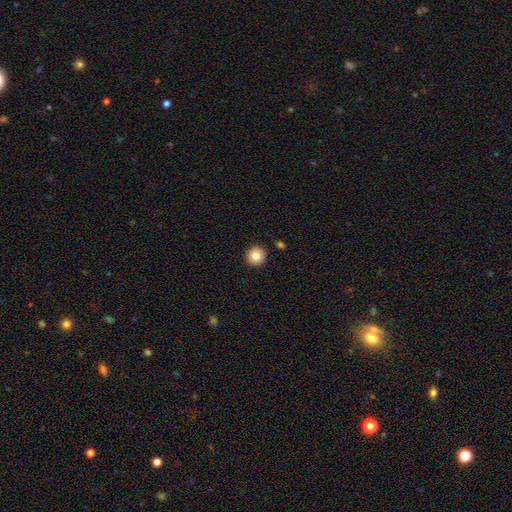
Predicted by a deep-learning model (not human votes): A smooth galaxy with no disk features (84%) that is round (94%). Merging: none (92%).